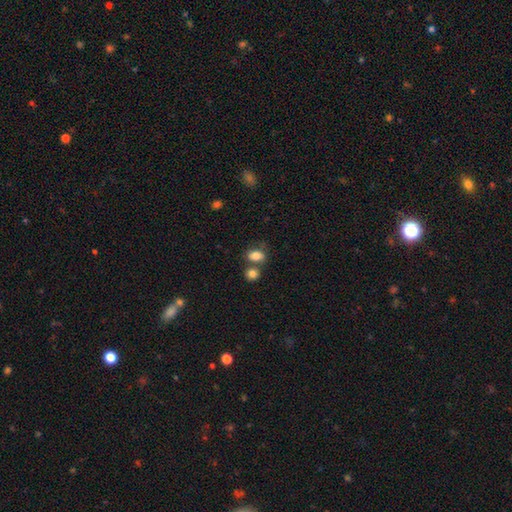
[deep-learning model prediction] A smooth galaxy with no disk features (82%) that is in between round and cigar-shaped (74%).

Vote fractions:
- Smooth or featured? smooth: 82% / star or artifact: 10% / featured or disk: 8%
- How rounded? in between: 74% / round: 24% / cigar-shaped: 2%
- Merging? none: 53% / merger: 28% / minor disturbance: 14% / major disturbance: 5%